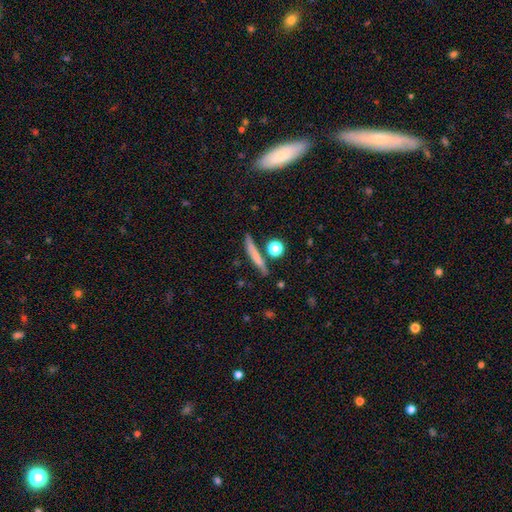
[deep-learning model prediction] Q: Smooth or featured?
A: smooth (65%); runner-up: featured or disk (26%)
Q: How rounded?
A: cigar-shaped (86%); runner-up: in between (7%)
Q: Merging?
A: none (76%); runner-up: minor disturbance (12%)